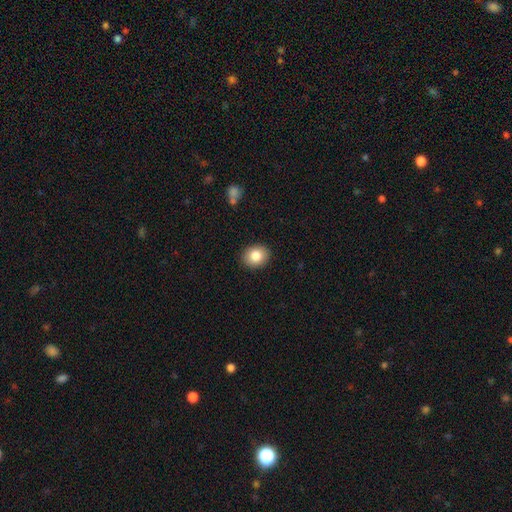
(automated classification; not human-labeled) This is clearly a smooth galaxy (84%). How rounded: possibly round (57%). Merging: clearly none (90%).